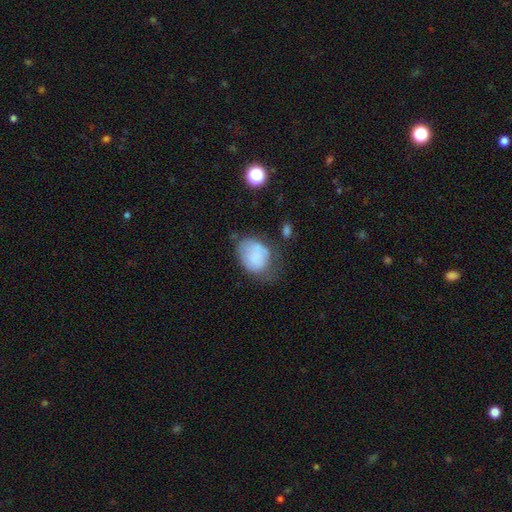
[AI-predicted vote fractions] smooth-or-featured: smooth: 75% | featured or disk: 17% | star or artifact: 8%
  how-rounded: in between: 67% | round: 32% | cigar-shaped: 1%
  merging: none: 35% (tied) | minor disturbance: 35% (tied) | major disturbance: 24% | merger: 5%